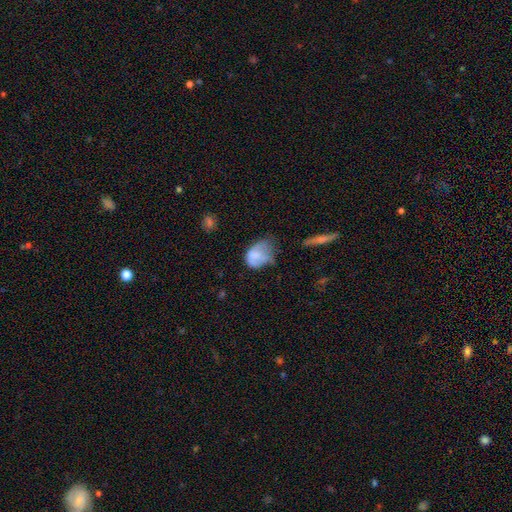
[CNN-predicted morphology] The model was most divided on "merging": minor disturbance: 38%, major disturbance: 35%, none: 23%, merger: 5%. More confident: how rounded — in between (71%); smooth or featured — smooth (69%).